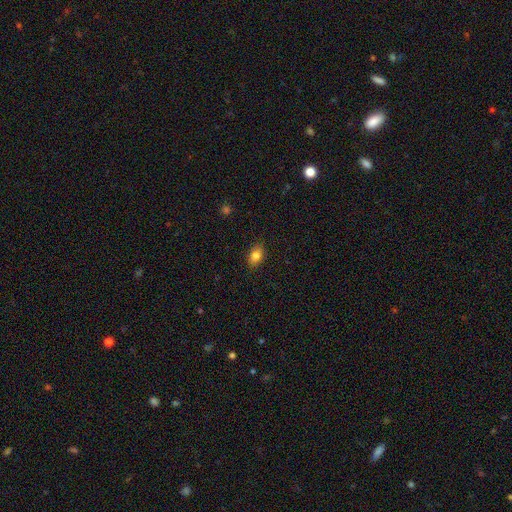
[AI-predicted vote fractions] Q: Smooth or featured?
A: smooth (82%); runner-up: star or artifact (9%)
Q: How rounded?
A: in between (84%); runner-up: round (13%)
Q: Merging?
A: none (86%); runner-up: minor disturbance (11%)